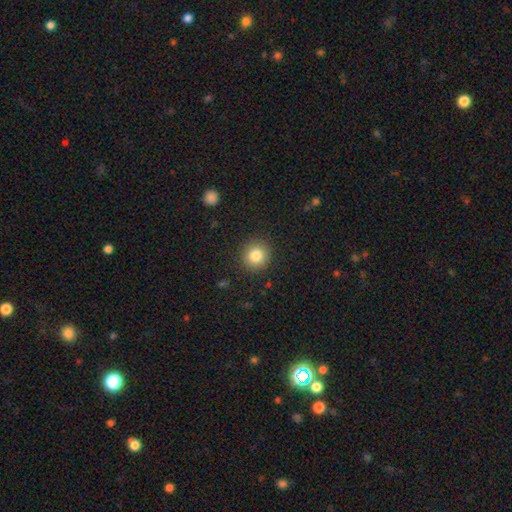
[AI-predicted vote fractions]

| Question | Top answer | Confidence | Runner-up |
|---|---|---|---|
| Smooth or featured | smooth | 83% | star or artifact (10%) |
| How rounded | round | 92% | in between (7%) |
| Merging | none | 90% | minor disturbance (6%) |